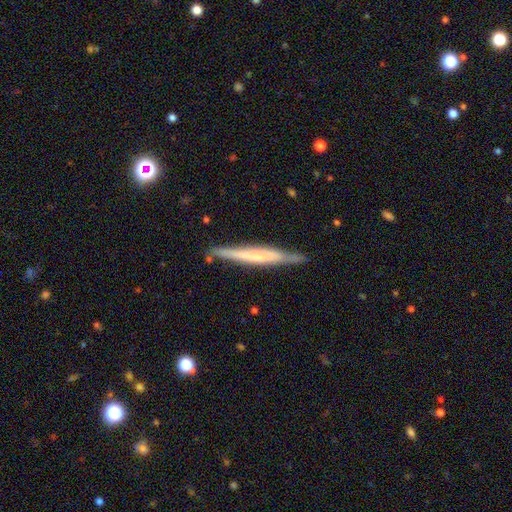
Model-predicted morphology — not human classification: A featured or disk galaxy (55%) viewed edge-on (95%) with no central bulge (61%).

Vote fractions:
- Smooth or featured? featured or disk: 55% / smooth: 39% / star or artifact: 6%
- Edge-on disk? yes: 95% / no: 5%
- Edge-on bulge? none: 61% / rounded: 22% / boxy: 17%
- Merging? none: 83% / minor disturbance: 13% / major disturbance: 2% / merger: 2%